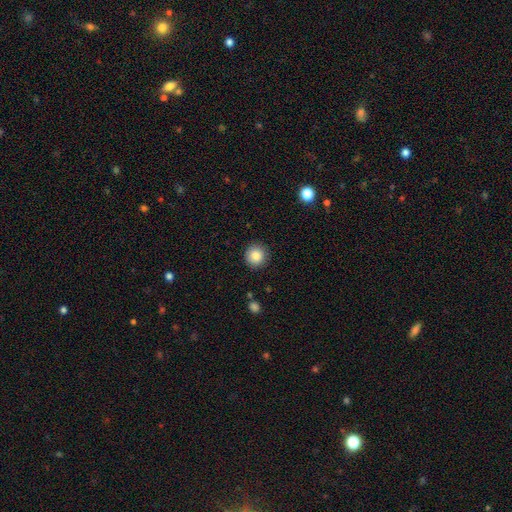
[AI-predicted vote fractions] A smooth galaxy with no disk features (86%) that is round (93%). Merging: none (90%).